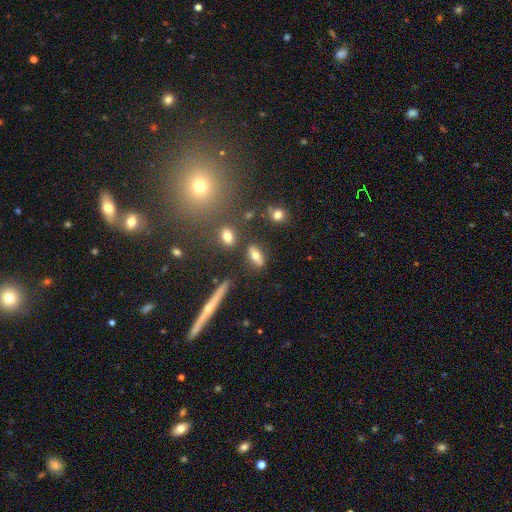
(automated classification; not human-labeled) Smooth or featured?
  - smooth: 64% *
  - featured or disk: 25%
  - star or artifact: 11%
How rounded?
  - in between: 72% *
  - cigar-shaped: 20%
  - round: 8%
Merging?
  - none: 80% *
  - minor disturbance: 11%
  - merger: 5%
  - major disturbance: 4%